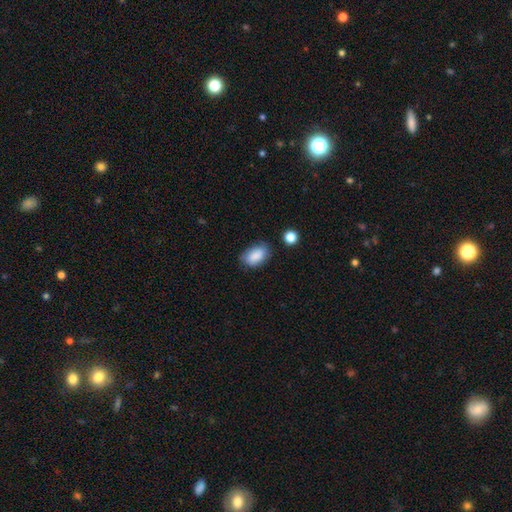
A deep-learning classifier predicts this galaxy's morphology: Q: Smooth or featured?
A: smooth (87%); runner-up: star or artifact (7%)
Q: How rounded?
A: in between (90%); runner-up: round (9%)
Q: Merging?
A: none (73%); runner-up: minor disturbance (20%)